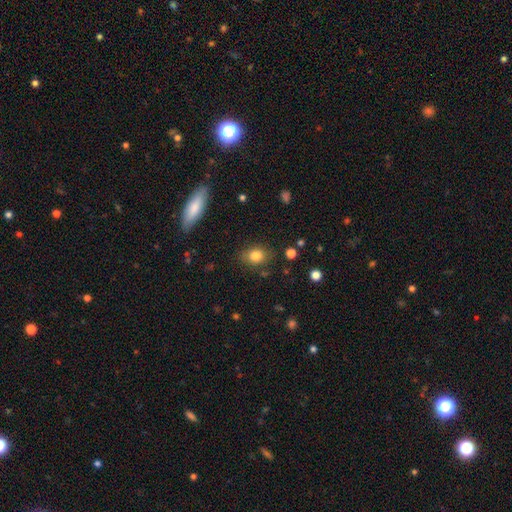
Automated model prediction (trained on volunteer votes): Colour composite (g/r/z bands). It shows a smooth galaxy with no disk features (82%) that is in between round and cigar-shaped (55%). Merging: none (81%).